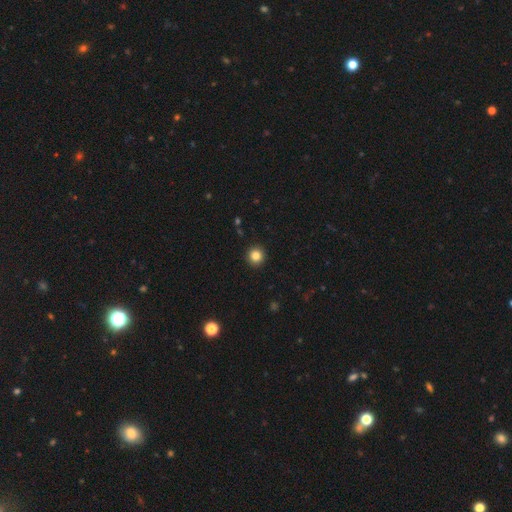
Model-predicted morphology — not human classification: This appears to be a smooth galaxy with no disk features (84%) that is round (95%). Merging: none (93%).